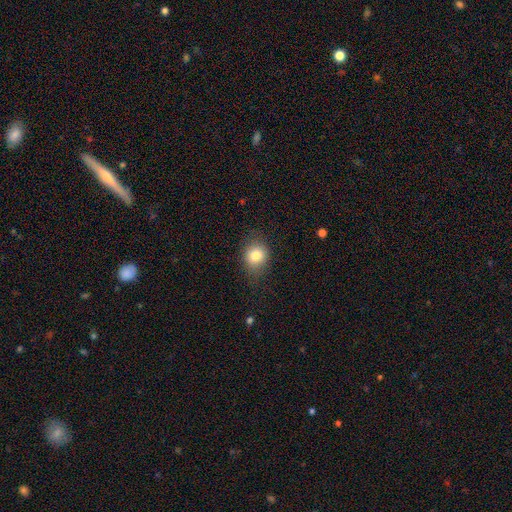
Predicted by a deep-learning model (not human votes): Q: Smooth or featured?
A: smooth (81%); runner-up: star or artifact (10%)
Q: How rounded?
A: round (62%); runner-up: in between (37%)
Q: Merging?
A: none (76%); runner-up: minor disturbance (18%)